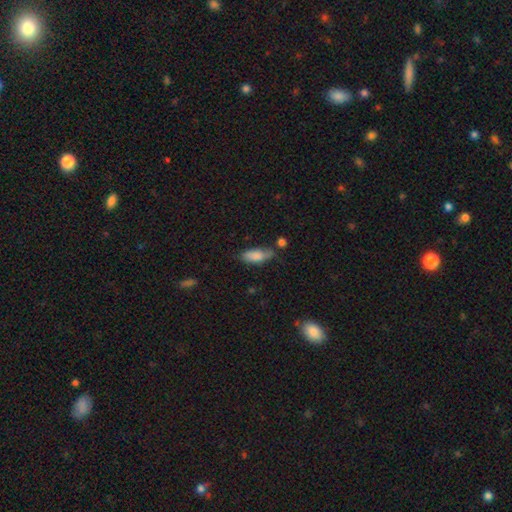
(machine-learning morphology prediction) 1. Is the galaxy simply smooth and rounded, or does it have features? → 82% smooth, 10% featured or disk, 7% star or artifact.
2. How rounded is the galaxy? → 78% in between, 19% cigar-shaped, 2% round.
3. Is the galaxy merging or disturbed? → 59% none, 27% minor disturbance, 7% merger, 7% major disturbance.